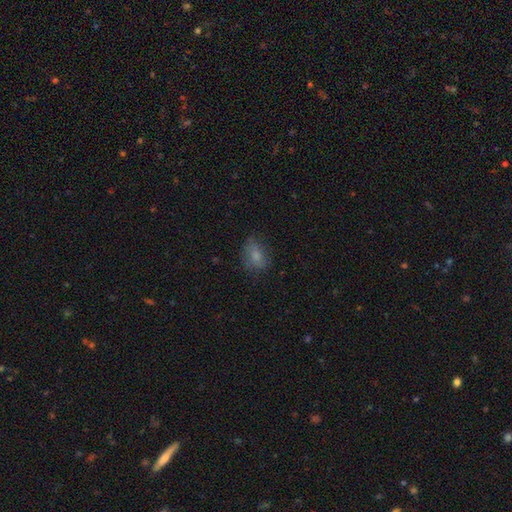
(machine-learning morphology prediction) A smooth galaxy with no disk features (76%) that is in between round and cigar-shaped (76%).

Vote fractions:
- Smooth or featured? smooth: 76% / featured or disk: 13% / star or artifact: 12%
- How rounded? in between: 76% / round: 21% / cigar-shaped: 2%
- Merging? none: 65% / minor disturbance: 24% / major disturbance: 10% / merger: 2%